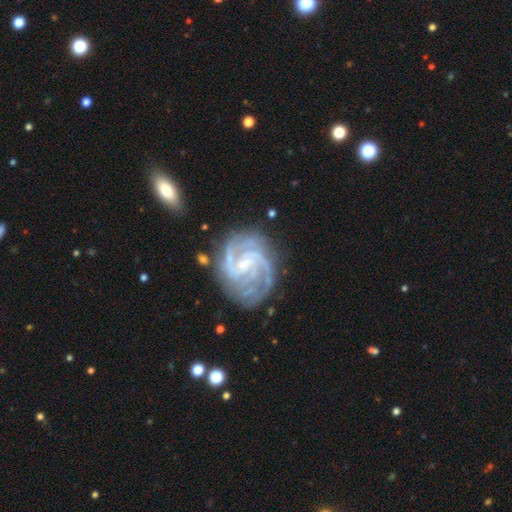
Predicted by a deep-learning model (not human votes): Morphology: type=featured or disk (91%); edge-on=no (98%); bar=weak (46%); spiral arms=yes (98%); winding=tight (60%); arm count=3 (29%); bulge=small (78%); merging=none (71%).